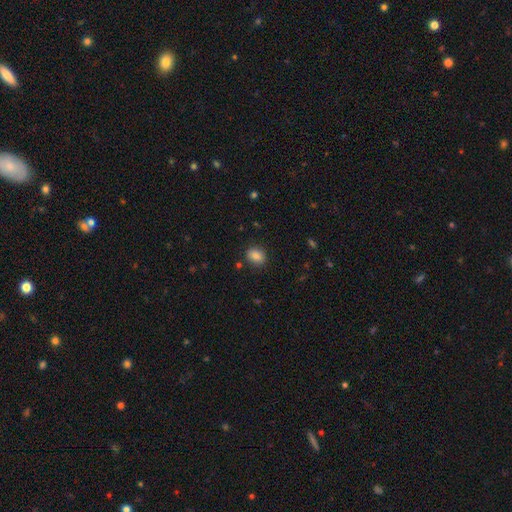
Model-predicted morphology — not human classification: Smooth or featured? Predicted: smooth (p=0.85). How rounded? Predicted: in between (p=0.54). Merging? Predicted: none (p=0.86).